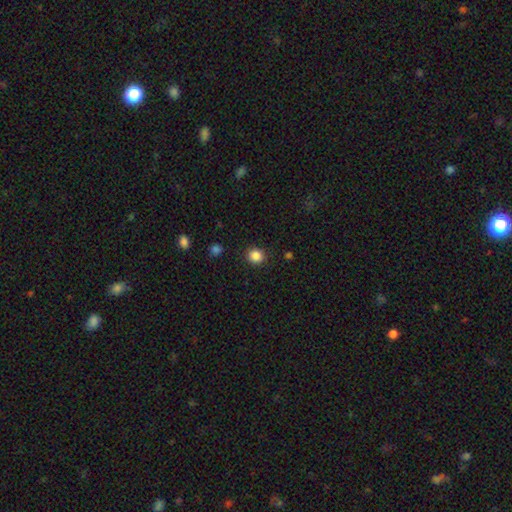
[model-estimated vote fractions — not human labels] A smooth galaxy with no disk features (86%) that is round (86%). Merging: none (90%).